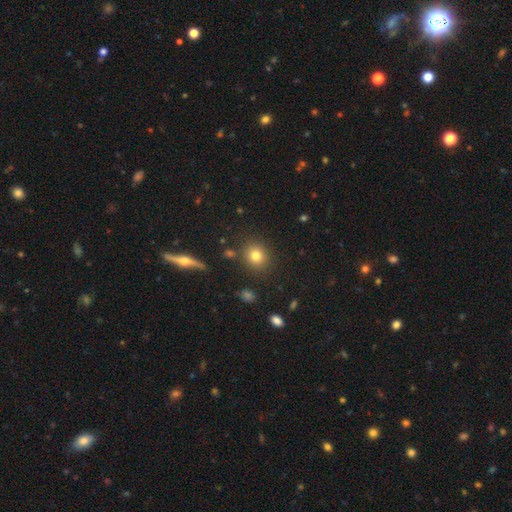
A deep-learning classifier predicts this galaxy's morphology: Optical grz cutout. It shows a smooth galaxy with no disk features (79%) that is round (80%). Merging: none (86%).